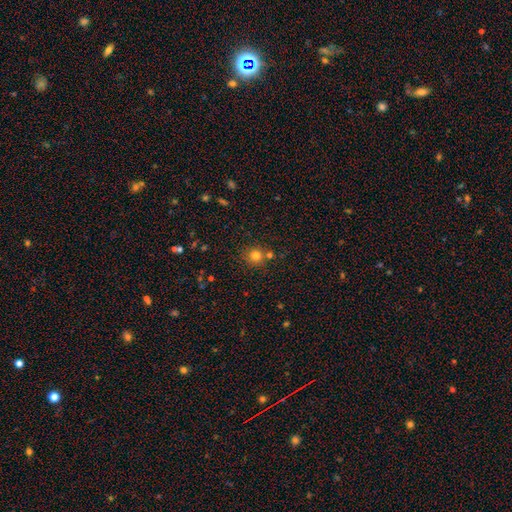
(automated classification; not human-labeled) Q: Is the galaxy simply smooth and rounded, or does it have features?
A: smooth — 78%.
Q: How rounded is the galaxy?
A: round — 92%.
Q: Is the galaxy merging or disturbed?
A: none — 75%.